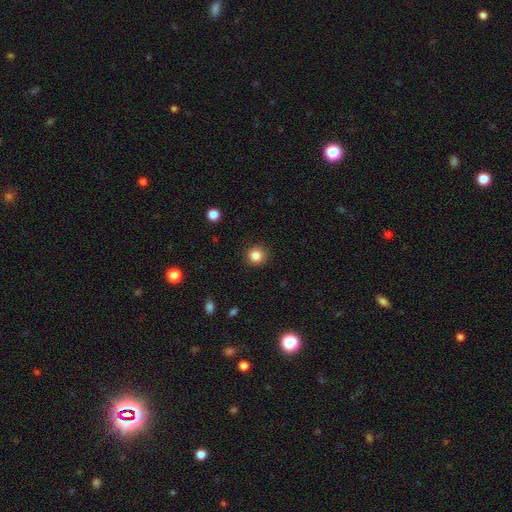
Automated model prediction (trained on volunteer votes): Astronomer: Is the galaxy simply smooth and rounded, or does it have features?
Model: smooth — 84%.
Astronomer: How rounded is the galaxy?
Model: round — 92%.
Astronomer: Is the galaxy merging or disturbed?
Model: none — 91%.